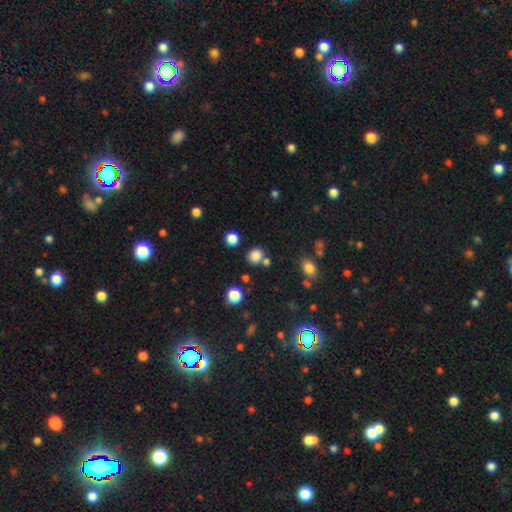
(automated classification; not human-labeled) Smooth or featured? Predicted: smooth (p=0.82). How rounded? Predicted: round (p=0.80). Merging? Predicted: none (p=0.74).